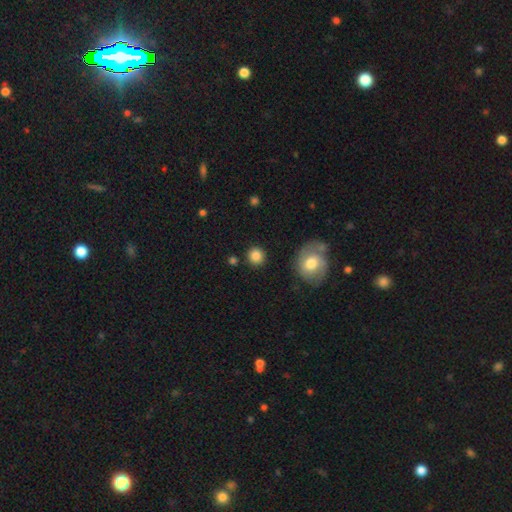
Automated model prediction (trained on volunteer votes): smooth 85%, star or artifact 9%, featured or disk 6%. Down the decision tree: how rounded — round (91%); merging — none (87%).